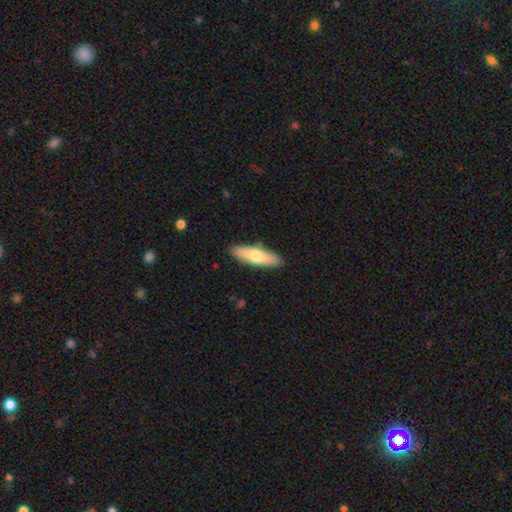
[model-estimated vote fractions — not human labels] smooth 69%, featured or disk 26%, star or artifact 5%. Down the decision tree: how rounded — cigar-shaped (56%); merging — none (88%).